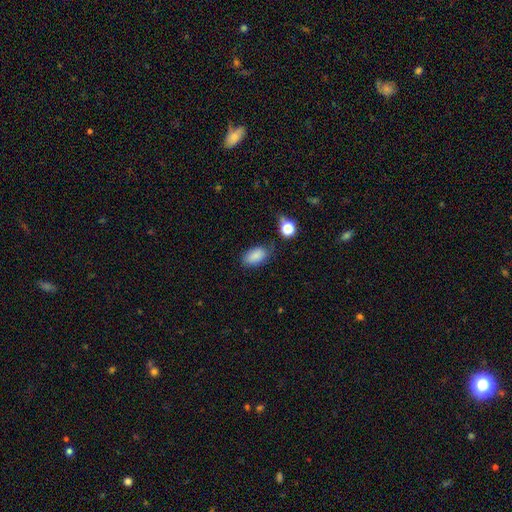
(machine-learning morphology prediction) Q: Smooth or featured?
A: smooth (85%); runner-up: star or artifact (9%)
Q: How rounded?
A: in between (92%); runner-up: round (6%)
Q: Merging?
A: none (71%); runner-up: minor disturbance (20%)